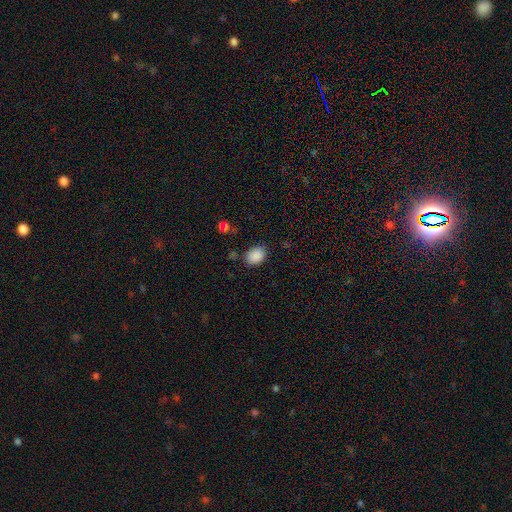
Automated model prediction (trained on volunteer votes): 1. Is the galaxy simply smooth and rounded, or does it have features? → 88% smooth, 8% star or artifact, 3% featured or disk.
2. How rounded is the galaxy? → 64% in between, 35% round, 1% cigar-shaped.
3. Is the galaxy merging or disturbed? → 80% none, 13% minor disturbance, 3% major disturbance, 3% merger.